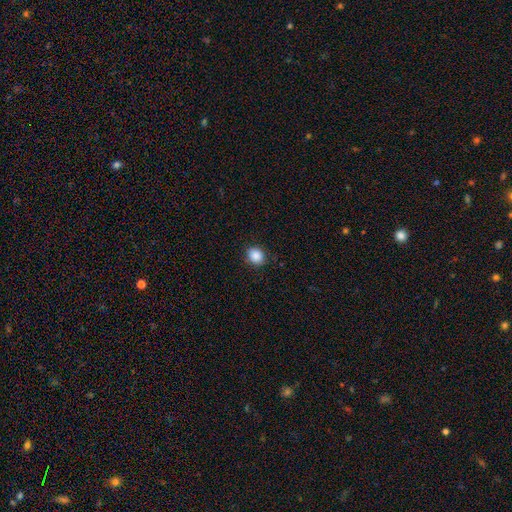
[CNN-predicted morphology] This is clearly a smooth galaxy (88%). How rounded: likely round (70%). Merging: clearly none (85%).